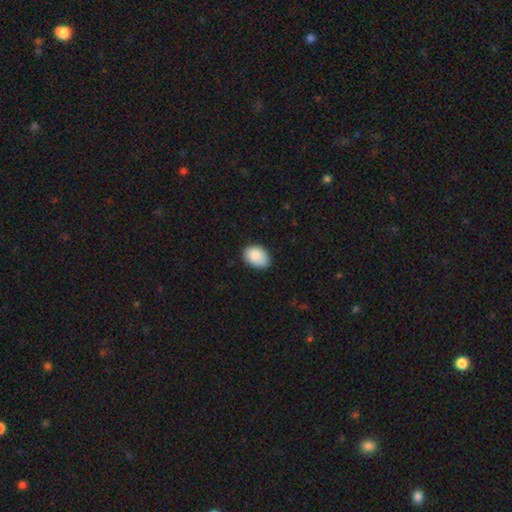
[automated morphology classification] smooth 90%, star or artifact 7%, featured or disk 4%. Down the decision tree: how rounded — in between (81%); merging — none (80%).